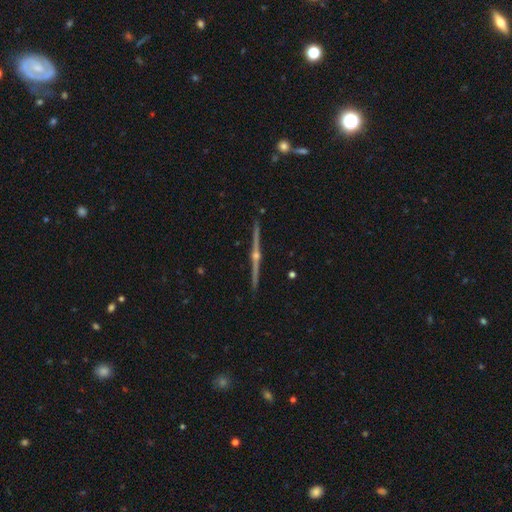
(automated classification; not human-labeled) Overall: featured or disk (77%). Edge-on disk: yes (96%). Edge-on bulge: rounded (81%). Merging: none (87%).